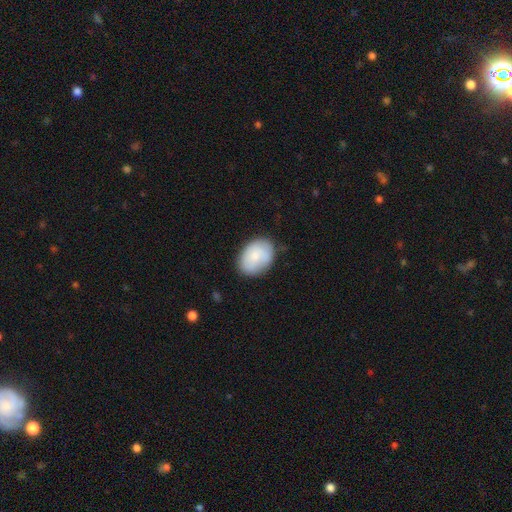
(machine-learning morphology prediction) A smooth galaxy with no disk features (79%) that is in between round and cigar-shaped (78%). Merging: none (75%).